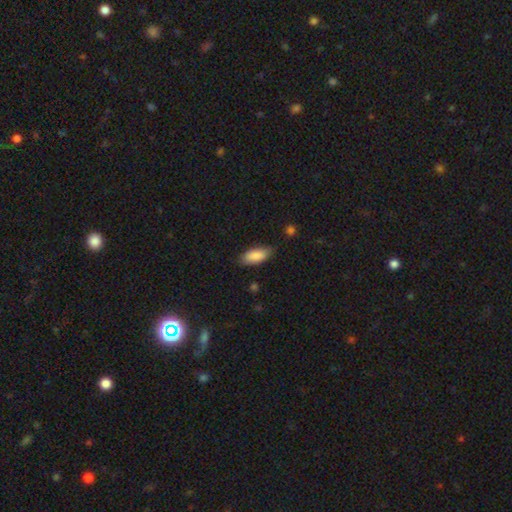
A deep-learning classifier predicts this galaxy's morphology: smooth-or-featured: smooth: 86% | featured or disk: 8% | star or artifact: 6%
  how-rounded: in between: 83% | cigar-shaped: 16% | round: 2%
  merging: none: 79% | minor disturbance: 16% | major disturbance: 3% | merger: 2%